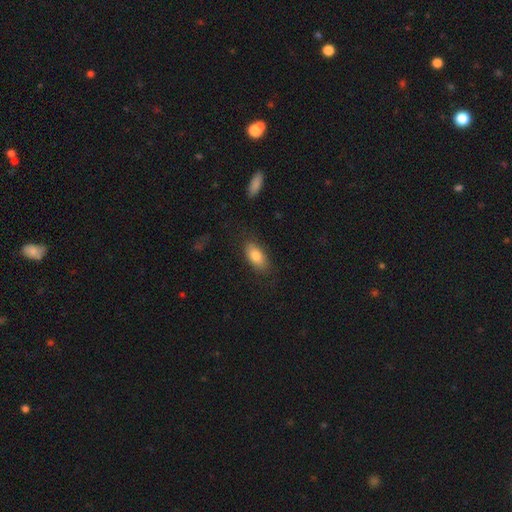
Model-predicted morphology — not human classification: The model was most divided on "merging": none: 80%, minor disturbance: 14%, major disturbance: 5%, merger: 1%. More confident: how rounded — in between (88%); smooth or featured — smooth (81%).